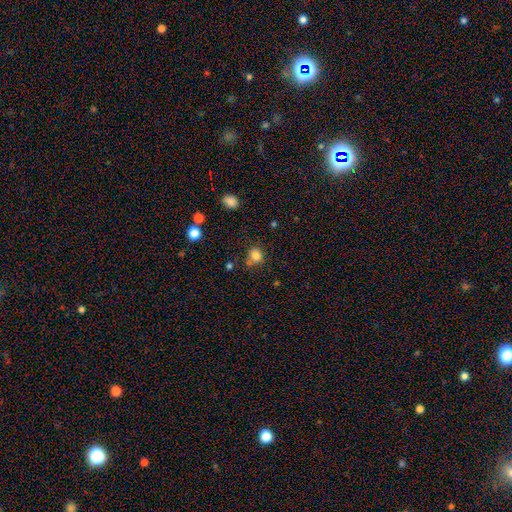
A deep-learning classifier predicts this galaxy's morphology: Smooth or featured: smooth — 82% (star or artifact — 12%)
How rounded: round — 77% (in between — 22%)
Merging: none — 66% (minor disturbance — 19%)